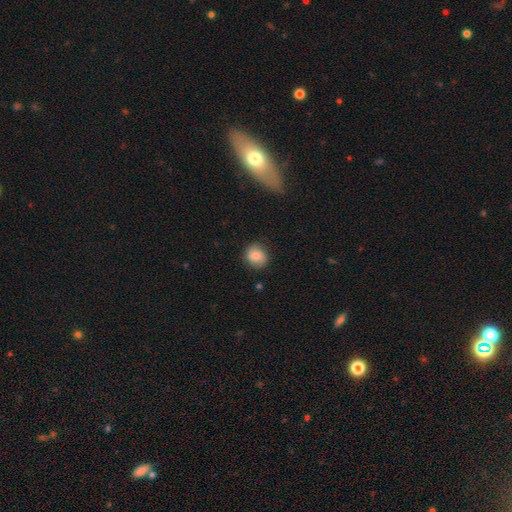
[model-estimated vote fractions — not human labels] Smooth or featured? Predicted: smooth (p=0.83). How rounded? Predicted: round (p=0.77). Merging? Predicted: none (p=0.80).